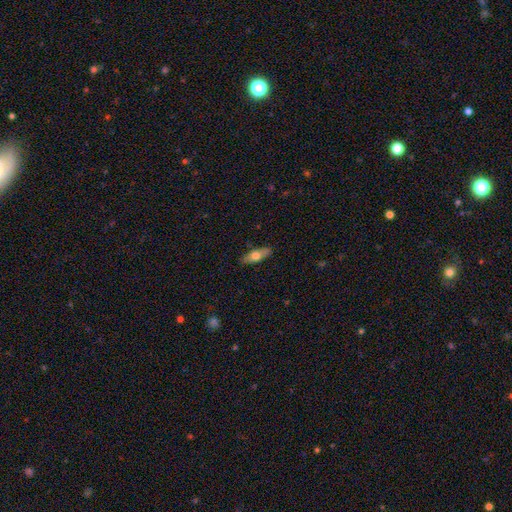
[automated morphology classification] smooth-or-featured: smooth: 60% | featured or disk: 33% | star or artifact: 6%
  how-rounded: in between: 55% | cigar-shaped: 42% | round: 3%
  merging: none: 86% | minor disturbance: 11% | major disturbance: 2% | merger: 1%